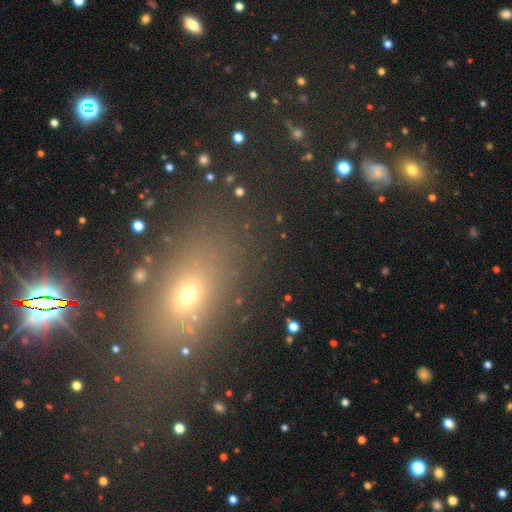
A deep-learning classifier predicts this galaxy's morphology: Smooth or featured? Predicted: smooth (p=0.49). Merging? Predicted: none (p=0.78).